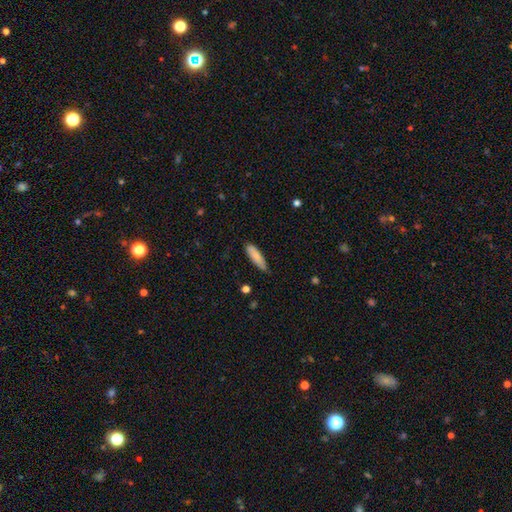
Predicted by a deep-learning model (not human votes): The model was most divided on "how rounded": cigar-shaped: 64%, in between: 34%, round: 2%. More confident: smooth or featured — smooth (83%); merging — none (77%).